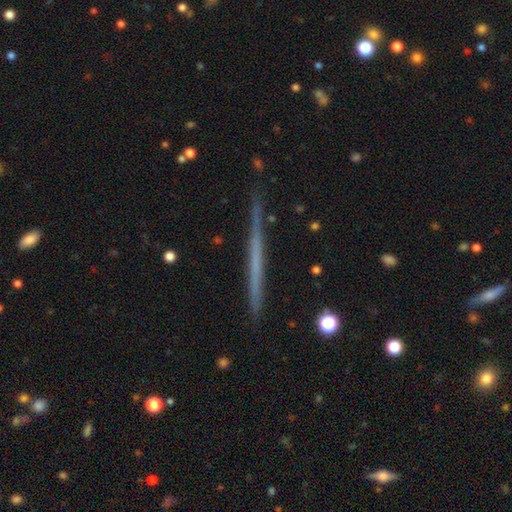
A featured or disk galaxy (57%) viewed edge-on (100%) with no central bulge (95%). Merging: none (80%).